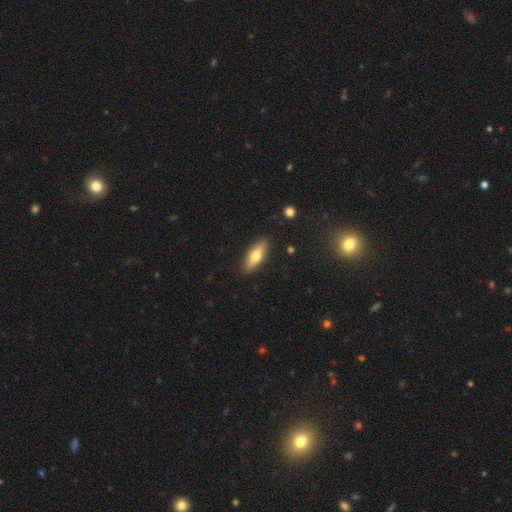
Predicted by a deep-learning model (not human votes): A smooth galaxy with no disk features (72%) that is in between round and cigar-shaped (69%).

Vote fractions:
- Smooth or featured? smooth: 72% / featured or disk: 21% / star or artifact: 6%
- How rounded? in between: 69% / cigar-shaped: 28% / round: 3%
- Merging? none: 88% / minor disturbance: 9% / major disturbance: 2% / merger: 1%